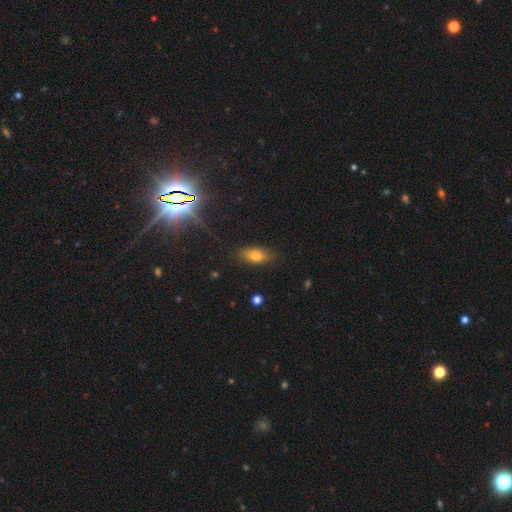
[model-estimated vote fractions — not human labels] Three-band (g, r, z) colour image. It shows a smooth galaxy with no disk features (71%) that is in between round and cigar-shaped (80%). Merging: none (80%).